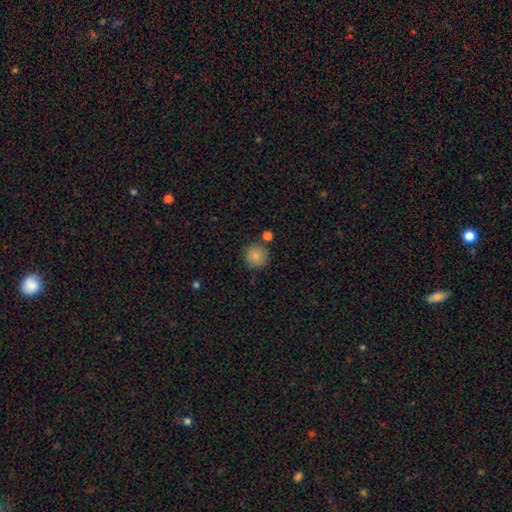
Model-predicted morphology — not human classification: type=smooth (85%); roundness=round (92%); merging=none (79%).